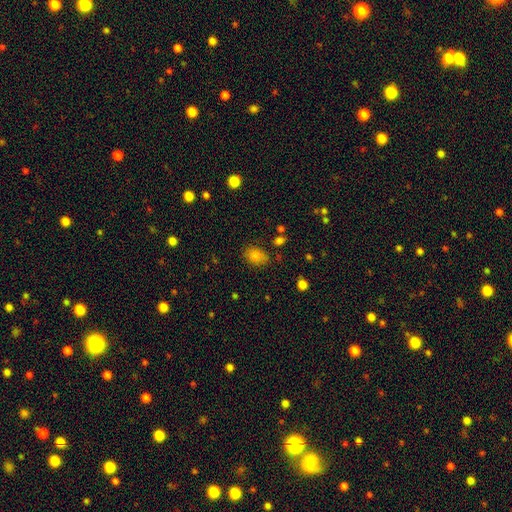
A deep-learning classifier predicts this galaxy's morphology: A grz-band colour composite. It shows a smooth galaxy with no disk features (82%) that is in between round and cigar-shaped (72%). Merging: none (76%).